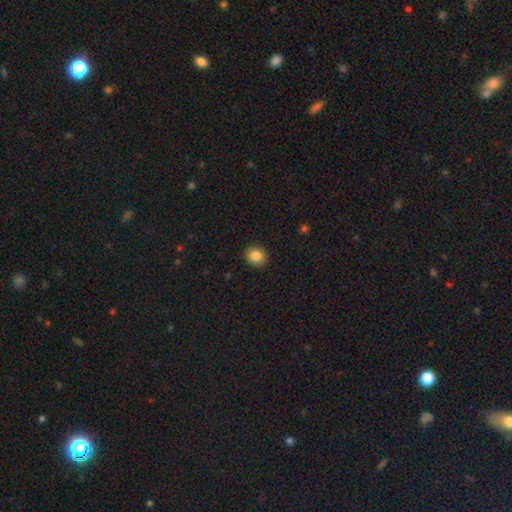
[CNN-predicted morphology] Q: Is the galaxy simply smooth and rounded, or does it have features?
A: smooth — 86%.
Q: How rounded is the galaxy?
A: round — 82%.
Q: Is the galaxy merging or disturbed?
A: none — 92%.